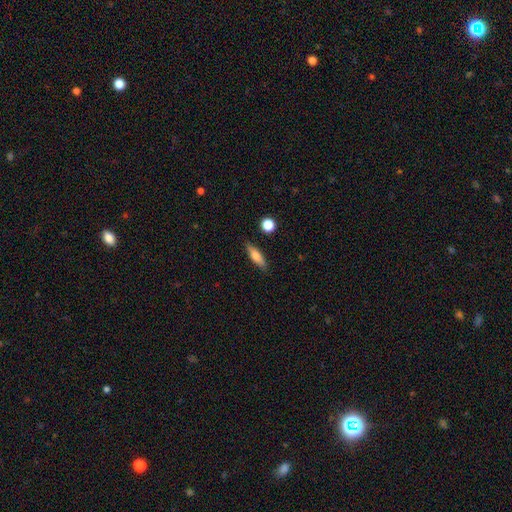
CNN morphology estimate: smooth_or_featured: smooth (p=0.71) [alt: featured or disk p=0.21]
how_rounded: cigar-shaped (p=0.57) [alt: in between p=0.39]
merging: none (p=0.85) [alt: minor disturbance p=0.10]